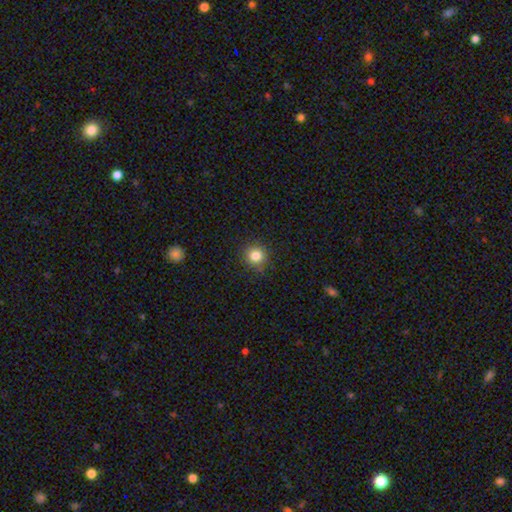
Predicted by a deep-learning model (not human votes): Morphology: type=smooth (83%); roundness=round (93%); merging=none (89%).